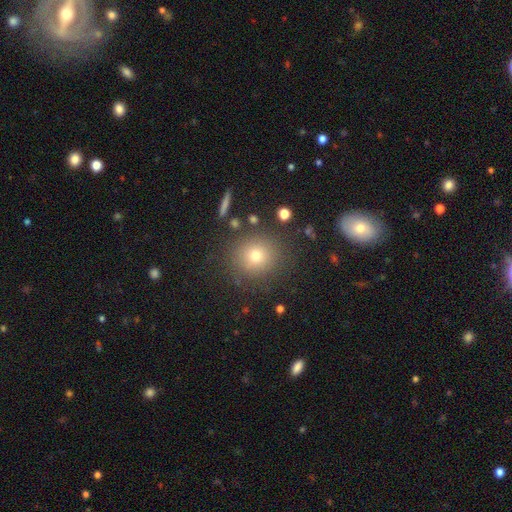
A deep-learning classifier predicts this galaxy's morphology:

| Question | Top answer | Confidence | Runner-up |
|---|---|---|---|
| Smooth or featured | smooth | 72% | star or artifact (16%) |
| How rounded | round | 87% | in between (12%) |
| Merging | none | 85% | minor disturbance (9%) |